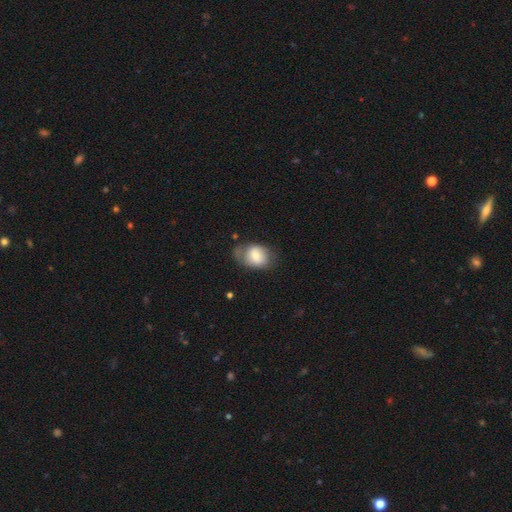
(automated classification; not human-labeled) A smooth galaxy with no disk features (68%) that is in between round and cigar-shaped (64%). Merging: none (49%).